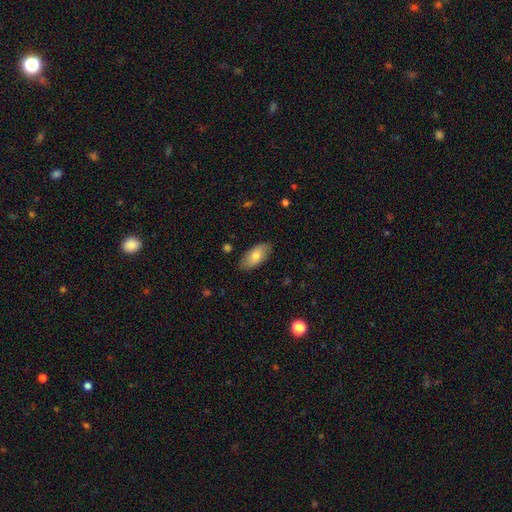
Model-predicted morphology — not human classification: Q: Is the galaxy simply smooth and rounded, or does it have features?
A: smooth — 74%.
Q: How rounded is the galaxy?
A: in between — 93%.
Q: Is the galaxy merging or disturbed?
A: none — 85%.